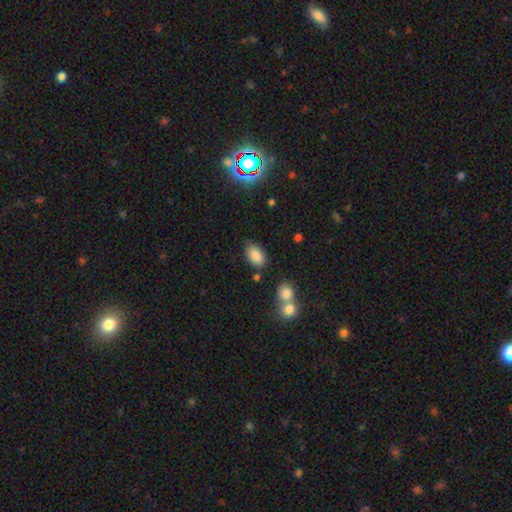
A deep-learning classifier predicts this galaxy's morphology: This is clearly a smooth galaxy (85%). How rounded: clearly in between (90%). Merging: likely none (75%).